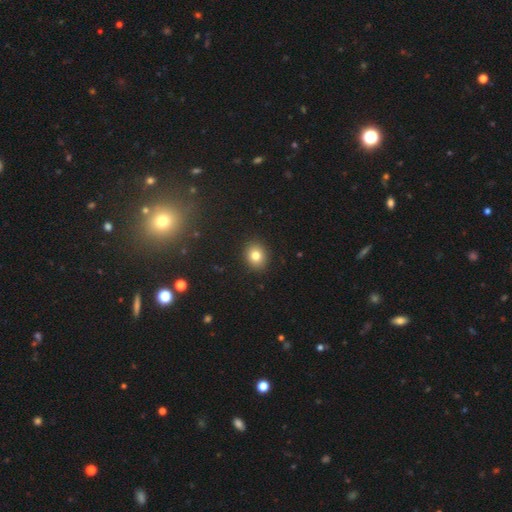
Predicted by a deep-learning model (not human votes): This appears to be a smooth galaxy with no disk features (80%) that is round (63%). Merging: none (91%).